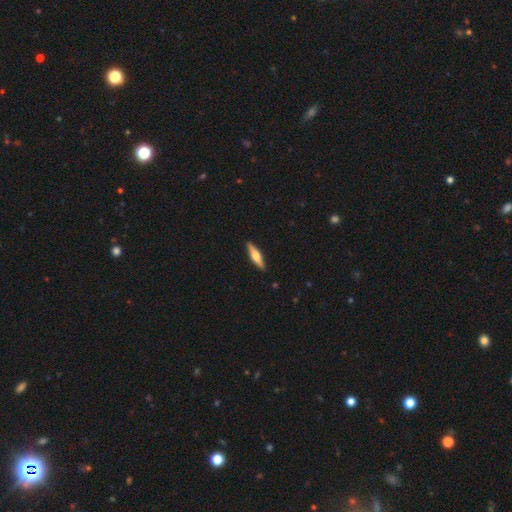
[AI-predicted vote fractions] Overall: featured or disk (53%; smooth 42%). Edge-on disk: yes (96%). Edge-on bulge: rounded (89%). Merging: none (90%).